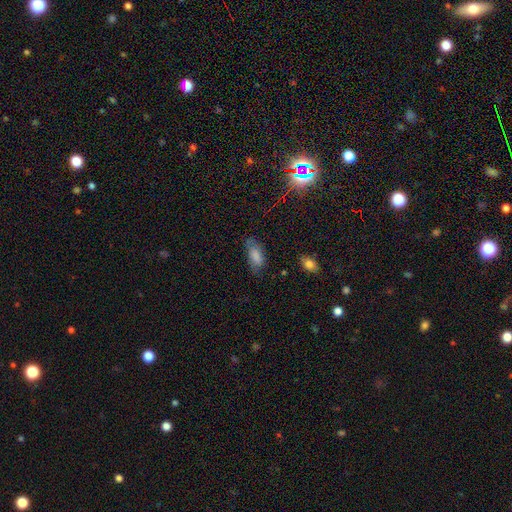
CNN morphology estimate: Overall: smooth (79%). How rounded: in between (86%). Merging: none (61%; minor disturbance 28%).